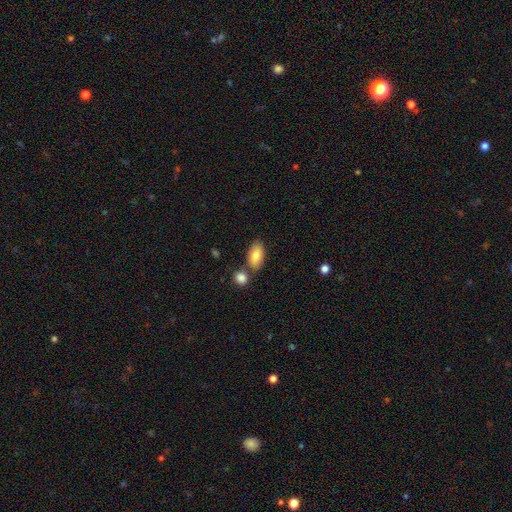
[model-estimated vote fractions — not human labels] smooth_or_featured: smooth (p=0.80) [alt: featured or disk p=0.13]
how_rounded: in between (p=0.91) [alt: cigar-shaped p=0.05]
merging: none (p=0.69) [alt: merger p=0.17]